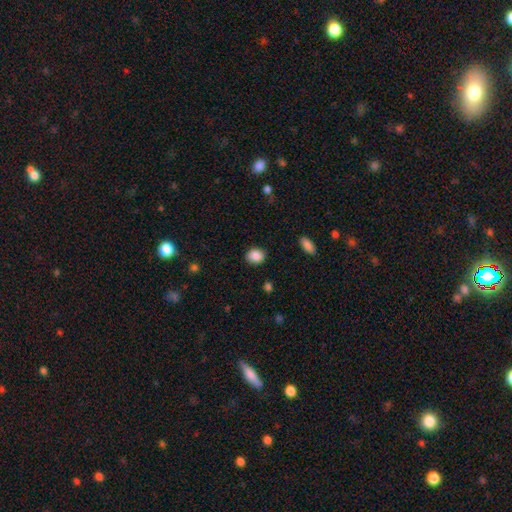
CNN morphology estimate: smooth-or-featured: smooth: 88% | star or artifact: 8% | featured or disk: 4%
  how-rounded: round: 56% | in between: 43% | cigar-shaped: 1%
  merging: none: 86% | minor disturbance: 10% | major disturbance: 3% | merger: 1%